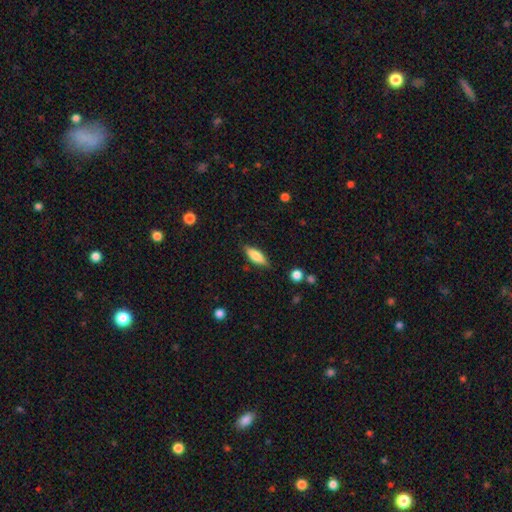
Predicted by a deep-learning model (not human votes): A smooth galaxy with no disk features (72%) that is in between round and cigar-shaped (58%). Merging: none (83%).